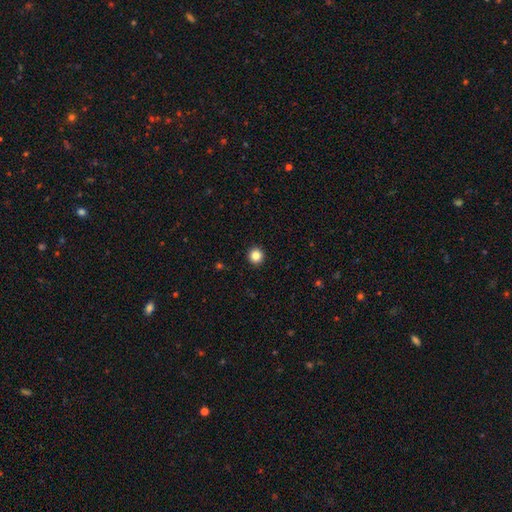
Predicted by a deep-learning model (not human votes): Smooth or featured?
  - smooth: 85% *
  - star or artifact: 11%
  - featured or disk: 4%
How rounded?
  - round: 95% *
  - in between: 4%
  - cigar-shaped: 1%
Merging?
  - none: 94% *
  - minor disturbance: 4%
  - major disturbance: 1%
  - merger: 1%